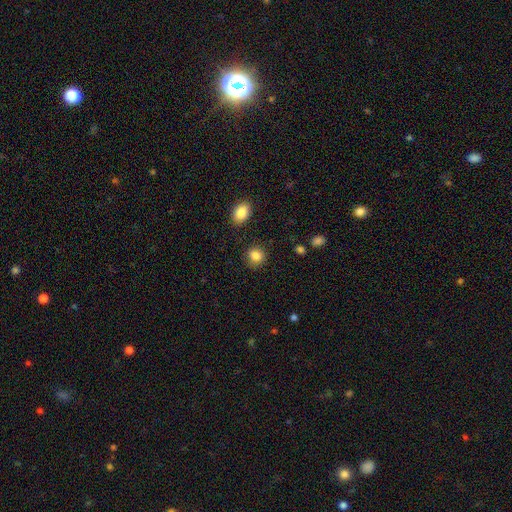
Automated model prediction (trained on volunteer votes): Q: Smooth or featured?
A: smooth (86%); runner-up: star or artifact (9%)
Q: How rounded?
A: round (78%); runner-up: in between (21%)
Q: Merging?
A: none (88%); runner-up: minor disturbance (8%)